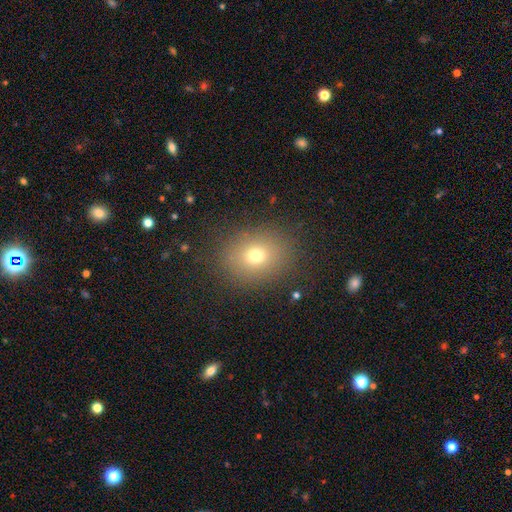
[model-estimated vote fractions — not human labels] Overall: smooth (71%). How rounded: round (58%; in between 41%). Merging: none (85%).